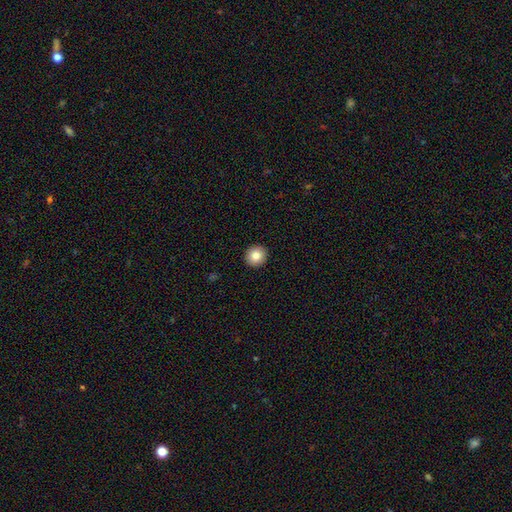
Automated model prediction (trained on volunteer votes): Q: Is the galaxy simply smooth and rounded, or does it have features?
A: smooth — 85%.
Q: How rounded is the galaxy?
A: round — 88%.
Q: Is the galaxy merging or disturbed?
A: none — 93%.